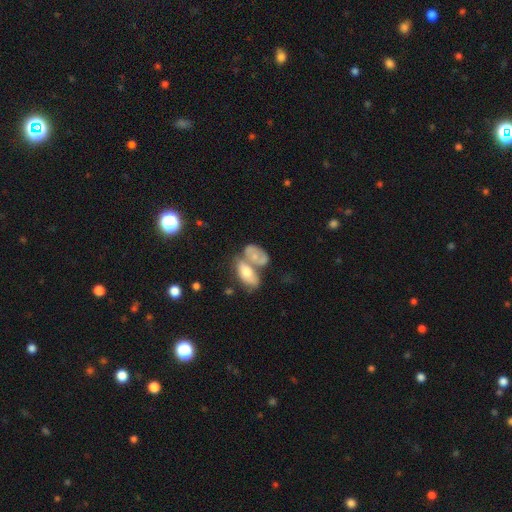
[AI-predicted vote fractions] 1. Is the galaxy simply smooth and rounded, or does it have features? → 59% smooth, 33% featured or disk, 8% star or artifact.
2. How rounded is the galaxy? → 88% in between, 8% round, 3% cigar-shaped.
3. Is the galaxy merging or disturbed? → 58% merger, 24% none, 12% minor disturbance, 7% major disturbance.